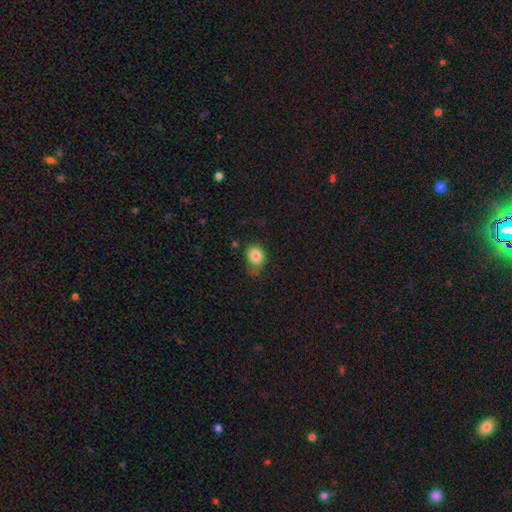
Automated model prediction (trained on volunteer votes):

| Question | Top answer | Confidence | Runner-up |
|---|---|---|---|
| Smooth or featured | smooth | 83% | star or artifact (9%) |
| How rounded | in between | 51% | round (48%) |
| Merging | none | 52% | minor disturbance (34%) |